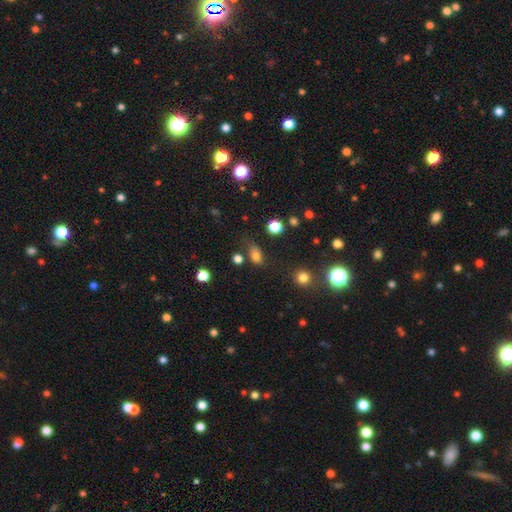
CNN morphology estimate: The model was most divided on "merging": none: 62%, minor disturbance: 22%, major disturbance: 10%, merger: 6%. More confident: how rounded — in between (80%); smooth or featured — smooth (78%).